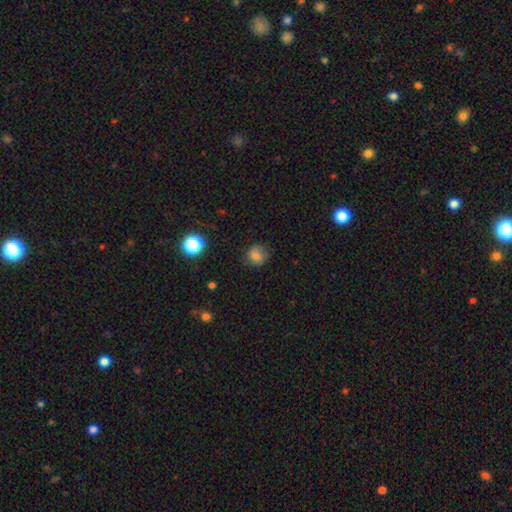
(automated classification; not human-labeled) smooth_or_featured: smooth (p=0.76) [alt: star or artifact p=0.13]
how_rounded: round (p=0.82) [alt: in between p=0.17]
merging: none (p=0.77) [alt: minor disturbance p=0.17]